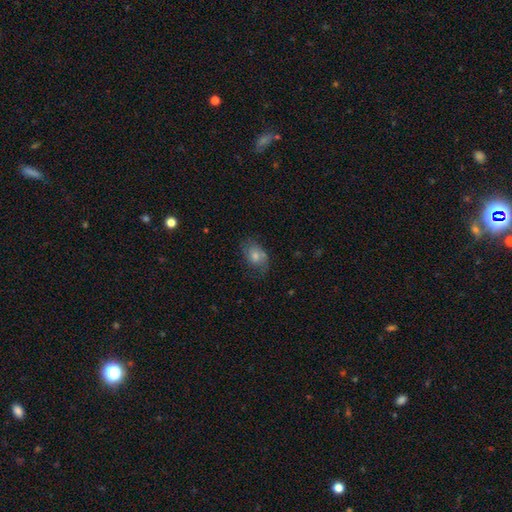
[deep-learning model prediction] Smooth or featured? Predicted: smooth (p=0.67). How rounded? Predicted: in between (p=0.82). Merging? Predicted: none (p=0.60).